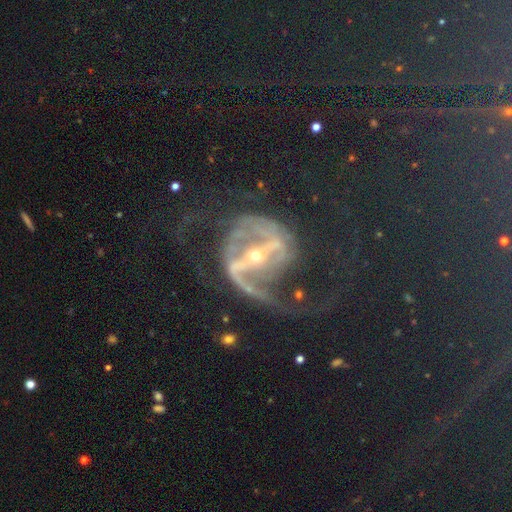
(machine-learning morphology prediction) Smooth or featured? Predicted: featured or disk (p=0.81). Edge-on disk? Predicted: no (p=0.95). Bar? Predicted: strong (p=0.64). Spiral arms? Predicted: yes (p=0.91). Spiral winding? Predicted: medium (p=0.45). Spiral arm count? Predicted: 2 (p=0.80). Bulge size? Predicted: small (p=0.71). Merging? Predicted: none (p=0.46).